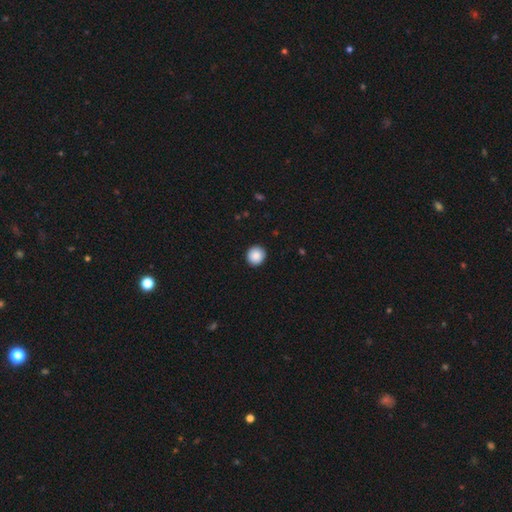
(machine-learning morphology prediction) Smooth or featured?
  - smooth: 89% *
  - star or artifact: 8%
  - featured or disk: 4%
How rounded?
  - round: 93% *
  - in between: 6%
  - cigar-shaped: 1%
Merging?
  - none: 93% *
  - minor disturbance: 5%
  - major disturbance: 2%
  - merger: 1%